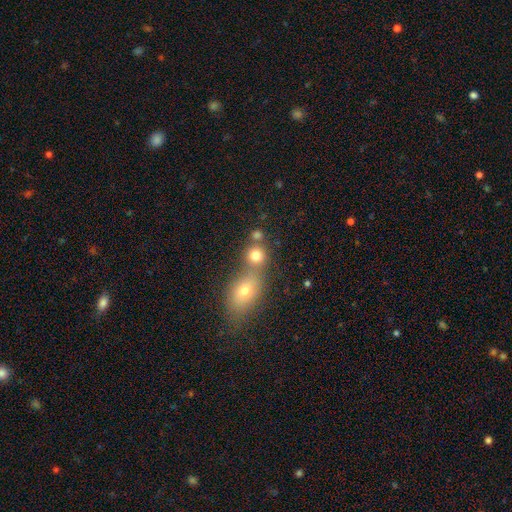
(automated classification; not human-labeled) smooth-or-featured: smooth: 77% | star or artifact: 13% | featured or disk: 10%
  how-rounded: round: 77% | in between: 21% | cigar-shaped: 2%
  merging: none: 46% | merger: 43% | minor disturbance: 7% | major disturbance: 4%